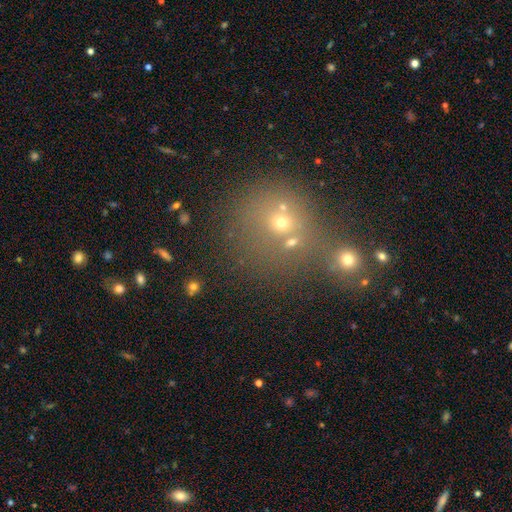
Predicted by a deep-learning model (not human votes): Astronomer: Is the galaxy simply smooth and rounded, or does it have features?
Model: smooth — 45% (runner-up: star or artifact, 42%).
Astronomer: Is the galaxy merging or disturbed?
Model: none — 45% (runner-up: merger, 41%).